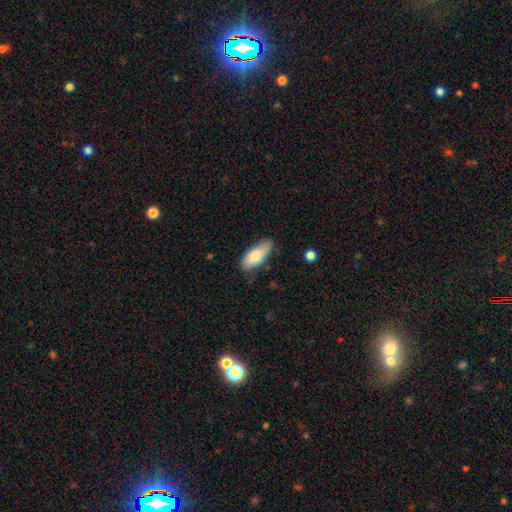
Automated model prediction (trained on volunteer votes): smooth_or_featured: smooth (p=0.80) [alt: featured or disk p=0.14]
how_rounded: in between (p=0.81) [alt: cigar-shaped p=0.17]
merging: none (p=0.68) [alt: minor disturbance p=0.26]